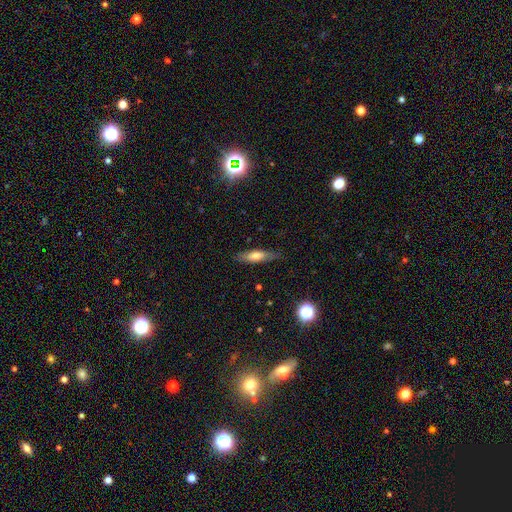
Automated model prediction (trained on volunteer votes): smooth_or_featured: smooth (p=0.60) [alt: featured or disk p=0.32]
how_rounded: cigar-shaped (p=0.65) [alt: in between p=0.33]
merging: none (p=0.81) [alt: minor disturbance p=0.15]